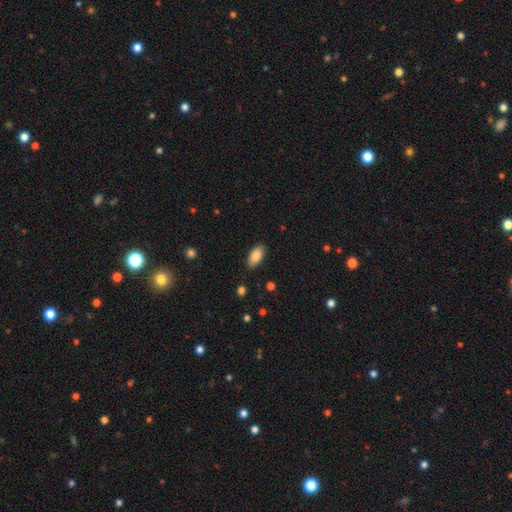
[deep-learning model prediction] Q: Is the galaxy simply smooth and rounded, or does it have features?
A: smooth — 85%.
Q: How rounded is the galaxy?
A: in between — 93%.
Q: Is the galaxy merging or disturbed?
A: none — 87%.